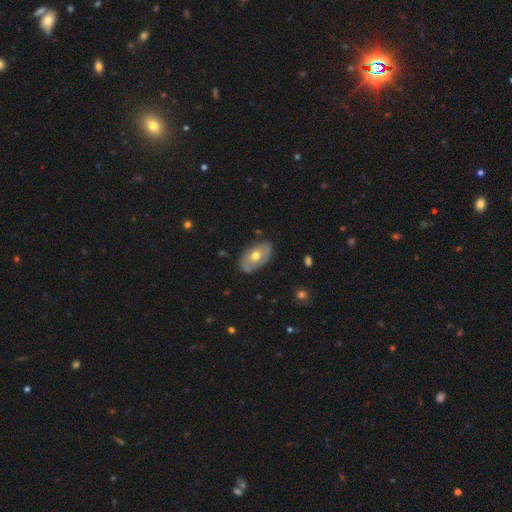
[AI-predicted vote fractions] Smooth or featured? Predicted: featured or disk (p=0.53). Edge-on disk? Predicted: no (p=0.90). Merging? Predicted: none (p=0.77).